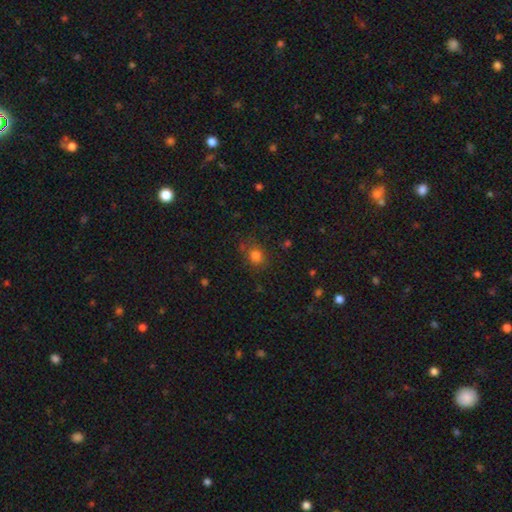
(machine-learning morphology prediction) This appears to be a smooth galaxy with no disk features (79%) that is round (72%). Merging: none (74%).